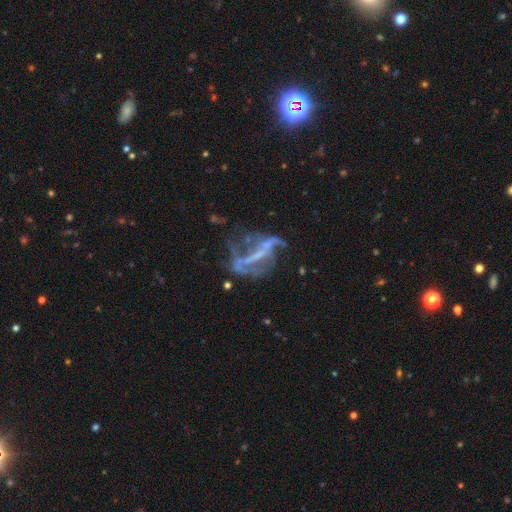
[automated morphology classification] This is likely a featured or disk galaxy (70%). It is clearly not viewed edge-on (91%). Bar: marginally strong (43%). Spiral arm pattern: possibly no (55%). Central bulge: possibly none (59%). Merging: marginally major disturbance (41%).